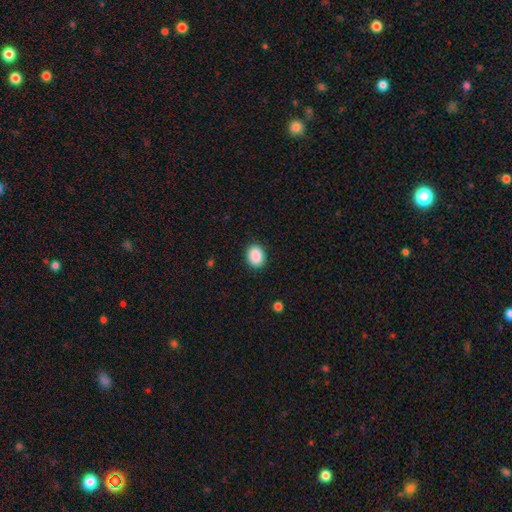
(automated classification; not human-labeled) Smooth or featured?
  - smooth: 90% *
  - star or artifact: 7%
  - featured or disk: 3%
How rounded?
  - in between: 63% *
  - round: 36%
  - cigar-shaped: 1%
Merging?
  - none: 89% *
  - minor disturbance: 8%
  - major disturbance: 2%
  - merger: 1%